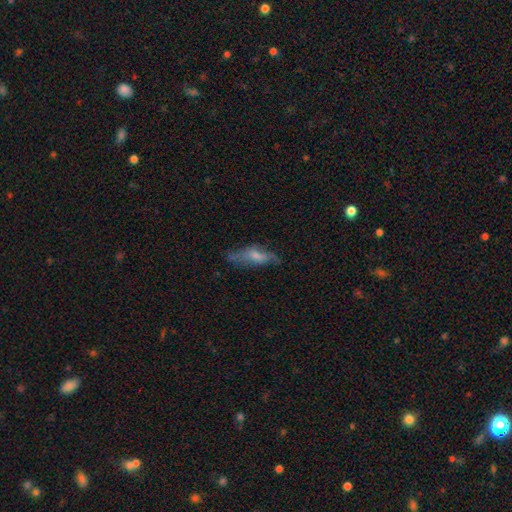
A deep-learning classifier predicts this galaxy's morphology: smooth-or-featured: featured or disk: 48% | smooth: 42% | star or artifact: 11%
  merging: none: 56% | minor disturbance: 26% | major disturbance: 15% | merger: 3%